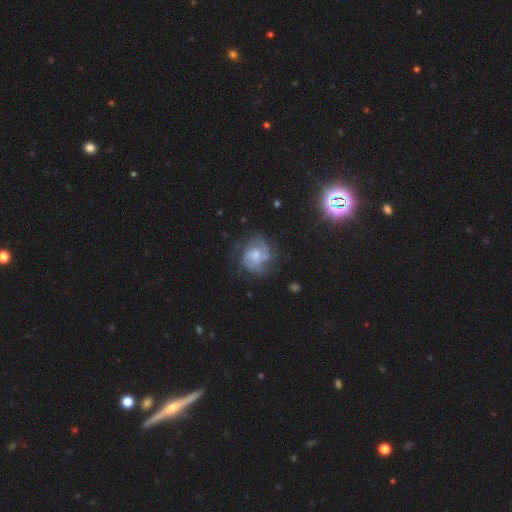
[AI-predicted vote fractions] smooth-or-featured: featured or disk: 76% | smooth: 17% | star or artifact: 7%
  disk-edge-on: no: 98% | yes: 2%
    bar: no: 63% | weak: 32% | strong: 5%
    has-spiral-arms: yes: 90% | no: 10%
      spiral-winding: tight: 45% | medium: 42% | loose: 13%
      spiral-arm-count: 2: 38% | can't tell: 28% | 3: 20% | 4: 5% | 1: 5% | more than 4: 4%
    bulge-size: small: 46% | moderate: 42% | none: 6% | large: 5% | dominant: 1%
  merging: none: 61% | minor disturbance: 21% | major disturbance: 15% | merger: 2%